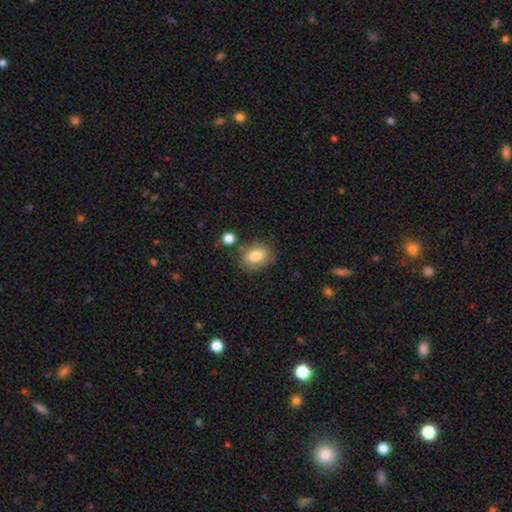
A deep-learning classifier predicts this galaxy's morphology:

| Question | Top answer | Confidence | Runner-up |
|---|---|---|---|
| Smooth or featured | smooth | 78% | featured or disk (13%) |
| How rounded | in between | 60% | round (38%) |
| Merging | none | 71% | minor disturbance (17%) |